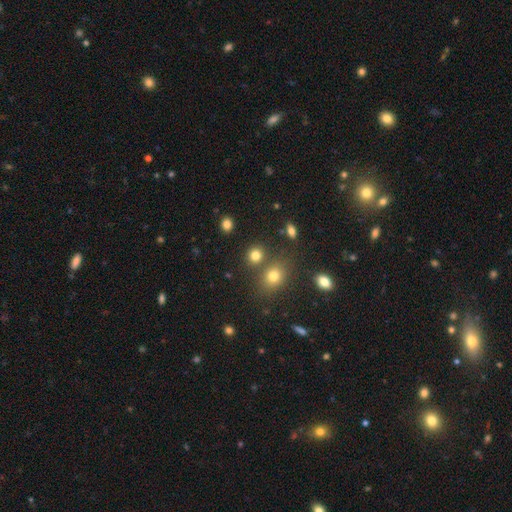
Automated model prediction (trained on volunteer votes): smooth-or-featured: smooth: 79% | star or artifact: 14% | featured or disk: 7%
  how-rounded: round: 82% | in between: 17% | cigar-shaped: 1%
  merging: none: 75% | merger: 14% | minor disturbance: 8% | major disturbance: 3%